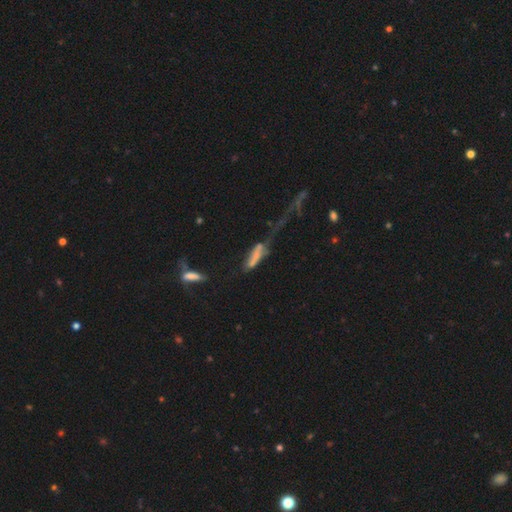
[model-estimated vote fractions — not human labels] This appears to be a smooth galaxy with no disk features (57%) that is cigar-shaped (62%). Merging: major disturbance (49%).